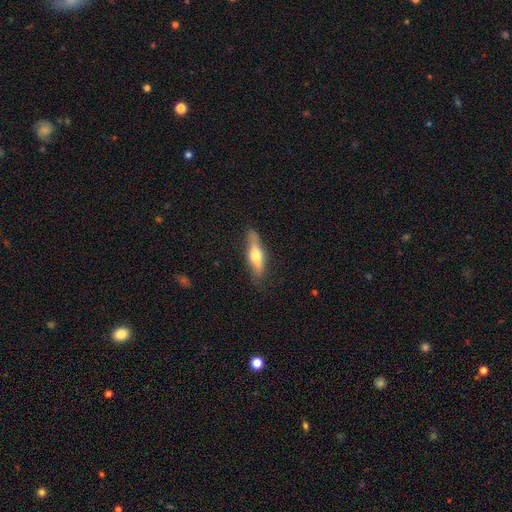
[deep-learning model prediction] The model was most divided on "smooth or featured": smooth: 51%, featured or disk: 43%, star or artifact: 6%. More confident: merging — none (78%); how rounded — cigar-shaped (68%).